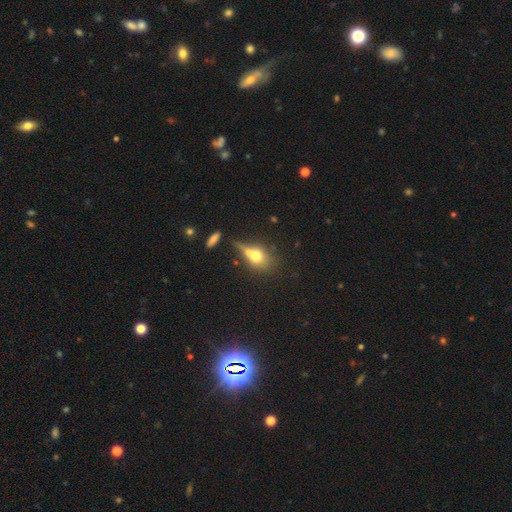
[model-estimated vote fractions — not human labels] This is likely a smooth galaxy (65%). How rounded: possibly in between (53%). Merging: marginally merger (37%).